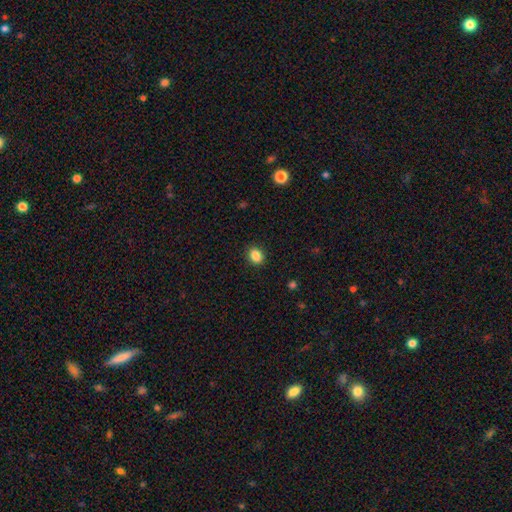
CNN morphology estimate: Smooth or featured: smooth — 86% (star or artifact — 10%)
How rounded: round — 53% (in between — 46%)
Merging: none — 90% (minor disturbance — 7%)